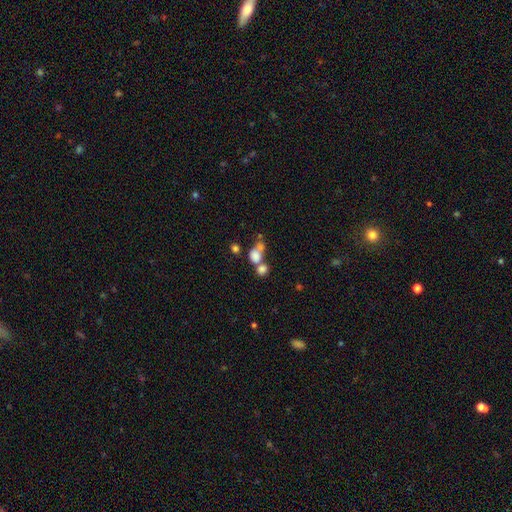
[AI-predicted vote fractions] Smooth or featured: smooth — 75% (featured or disk — 14%)
How rounded: round — 54% (in between — 43%)
Merging: merger — 57% (none — 26%)